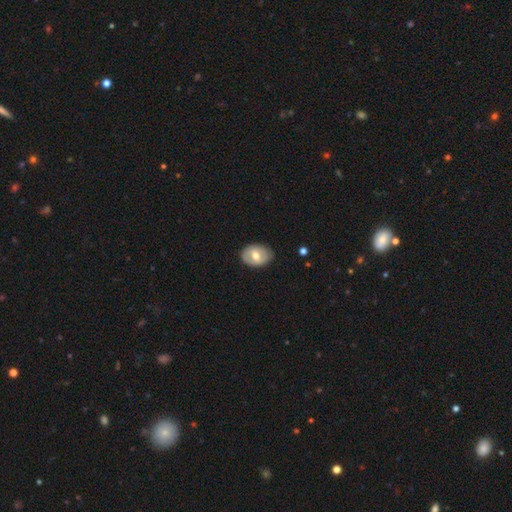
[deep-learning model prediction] Morphology: type=smooth (53%); roundness=in between (76%); merging=none (83%).